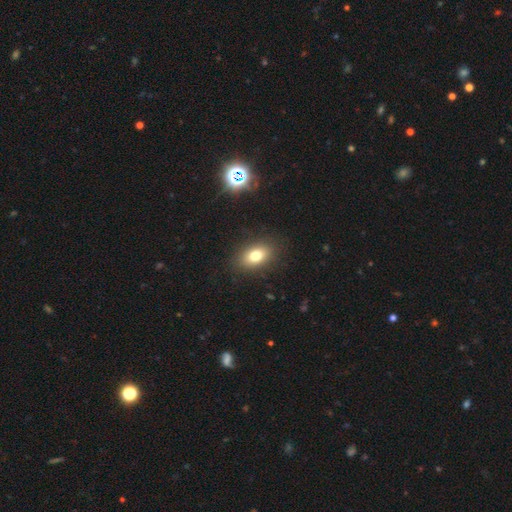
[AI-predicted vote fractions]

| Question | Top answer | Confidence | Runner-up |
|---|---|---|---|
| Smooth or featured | smooth | 77% | featured or disk (12%) |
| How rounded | in between | 84% | round (13%) |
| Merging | none | 87% | minor disturbance (9%) |